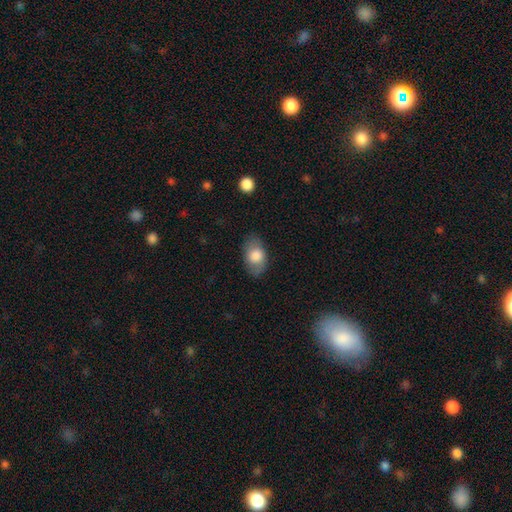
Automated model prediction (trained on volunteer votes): The model was most divided on "smooth or featured": smooth: 77%, featured or disk: 17%, star or artifact: 7%. More confident: how rounded — in between (88%); merging — none (79%).